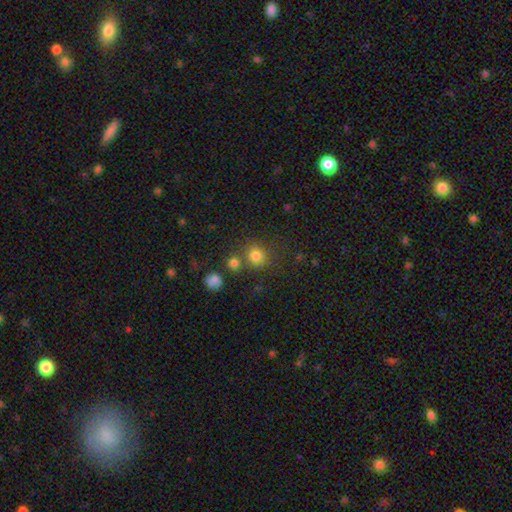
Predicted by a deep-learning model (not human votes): smooth_or_featured: smooth (p=0.80) [alt: star or artifact p=0.14]
how_rounded: round (p=0.87) [alt: in between p=0.12]
merging: none (p=0.69) [alt: merger p=0.16]